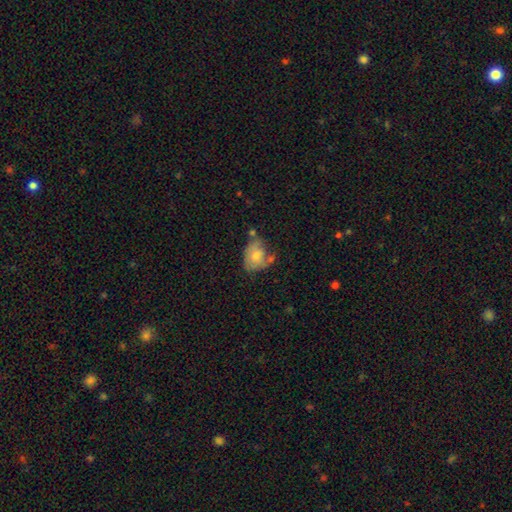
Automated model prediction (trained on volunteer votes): smooth_or_featured: smooth (p=0.68) [alt: featured or disk p=0.24]
how_rounded: in between (p=0.71) [alt: round p=0.28]
merging: none (p=0.35) [alt: minor disturbance p=0.31]